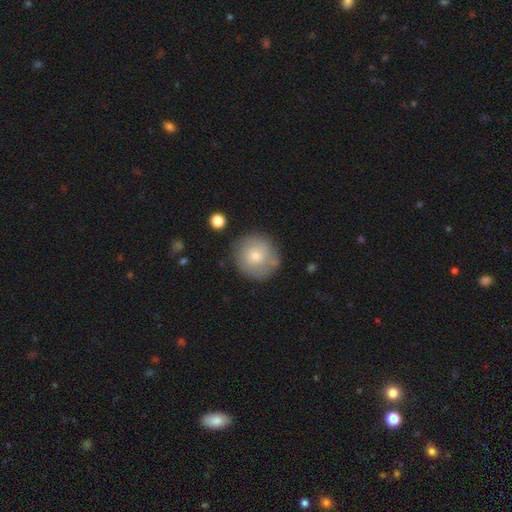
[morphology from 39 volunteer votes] Smooth or featured? 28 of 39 (72%) said smooth. How rounded? 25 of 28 (89%) said round. Merging? 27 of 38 (71%) said none.